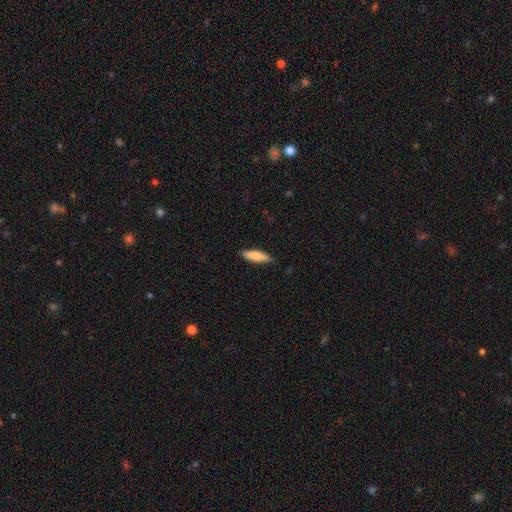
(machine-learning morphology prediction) A smooth galaxy with no disk features (76%) that is cigar-shaped (65%).

Vote fractions:
- Smooth or featured? smooth: 76% / featured or disk: 19% / star or artifact: 6%
- How rounded? cigar-shaped: 65% / in between: 33% / round: 2%
- Merging? none: 88% / minor disturbance: 10% / major disturbance: 2% / merger: 1%